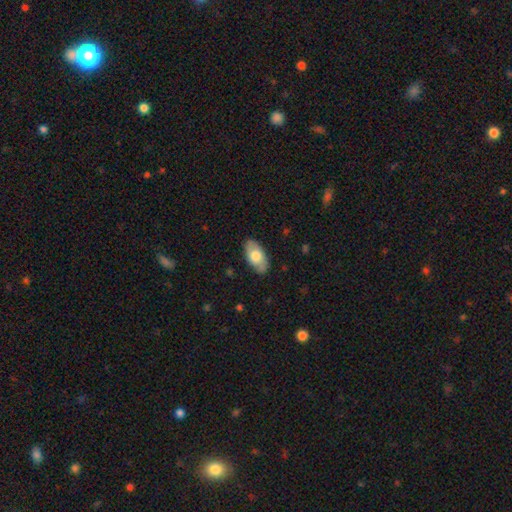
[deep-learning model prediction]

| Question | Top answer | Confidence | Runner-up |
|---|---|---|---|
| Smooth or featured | smooth | 69% | featured or disk (26%) |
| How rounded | in between | 94% | round (3%) |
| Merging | none | 86% | minor disturbance (11%) |